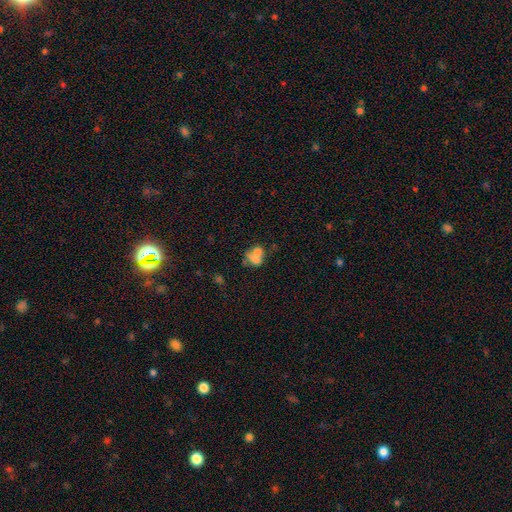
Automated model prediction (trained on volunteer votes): smooth-or-featured: smooth: 62% | featured or disk: 25% | star or artifact: 13%
  how-rounded: in between: 61% | round: 37% | cigar-shaped: 2%
  merging: merger: 46% | none: 25% | minor disturbance: 15% | major disturbance: 14%